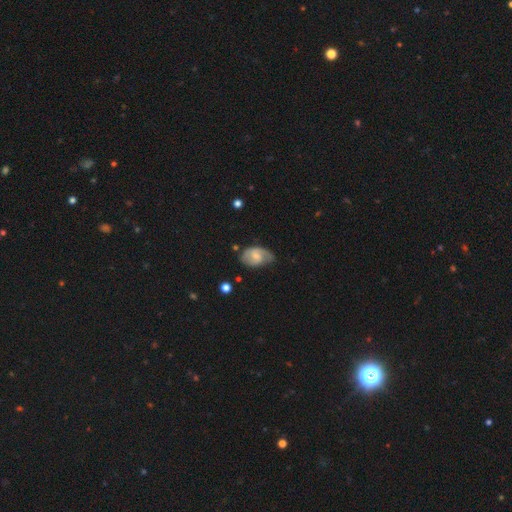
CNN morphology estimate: The model was most divided on "bar": no: 50%, weak: 43%, strong: 7%. Remaining: edge-on disk — no (96%); spiral arms — yes (85%); smooth or featured — featured or disk (57%); merging — none (57%); bulge size — small (49%).